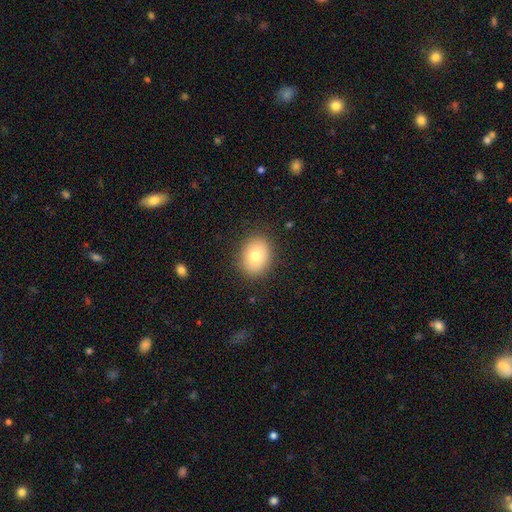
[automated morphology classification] Smooth or featured? smooth (77%)
How rounded? in between (53%)
Merging? none (87%)